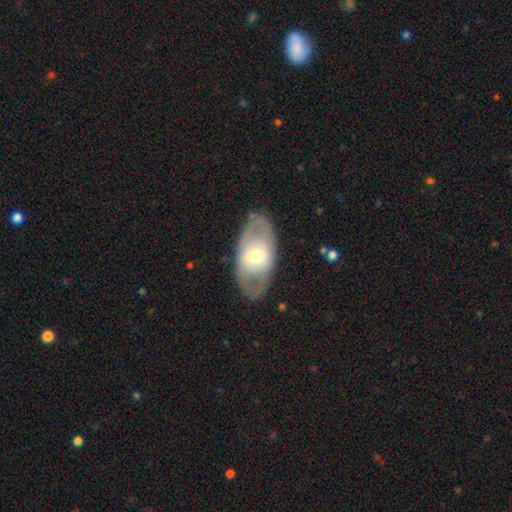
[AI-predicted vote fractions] This is possibly a featured or disk galaxy (55%). It is clearly not viewed edge-on (87%). Merging: likely none (79%).